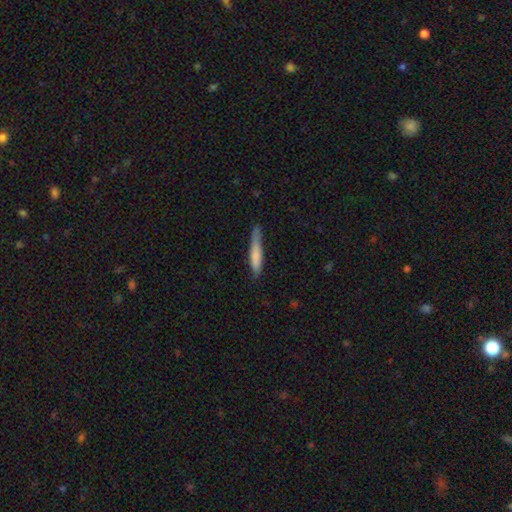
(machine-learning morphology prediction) Smooth or featured?
  - smooth: 73% *
  - featured or disk: 21%
  - star or artifact: 6%
How rounded?
  - cigar-shaped: 90% *
  - in between: 9%
  - round: 1%
Merging?
  - none: 62% *
  - minor disturbance: 29%
  - major disturbance: 7%
  - merger: 3%